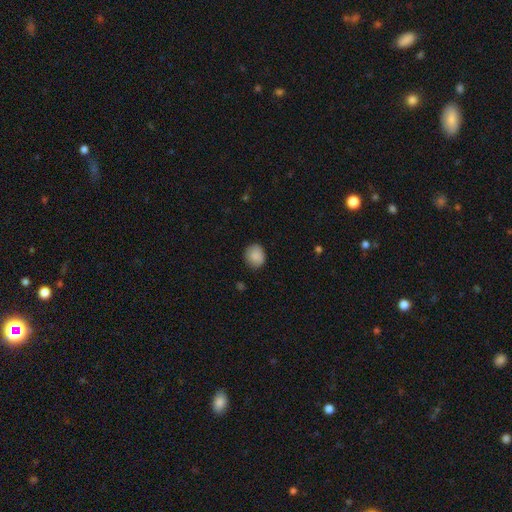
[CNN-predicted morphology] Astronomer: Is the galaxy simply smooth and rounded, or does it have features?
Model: smooth — 88%.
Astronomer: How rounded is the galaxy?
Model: round — 75%.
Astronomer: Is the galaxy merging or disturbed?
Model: none — 82%.